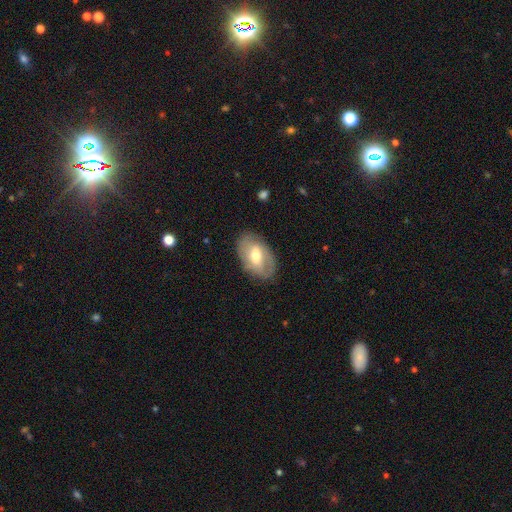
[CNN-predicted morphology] This appears to be a featured or disk galaxy (48%). Merging: none (78%).